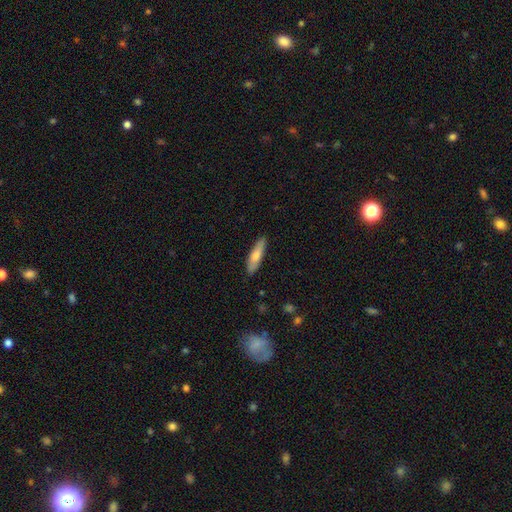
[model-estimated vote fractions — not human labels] smooth 68%, featured or disk 26%, star or artifact 6%. Down the decision tree: how rounded — cigar-shaped (75%); merging — none (86%).